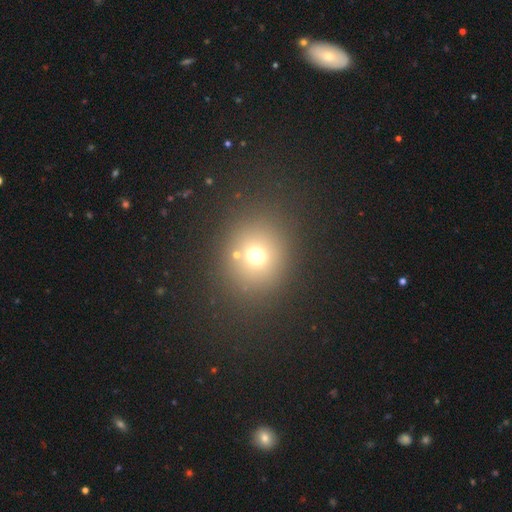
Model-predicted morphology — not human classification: This appears to be a smooth galaxy with no disk features (68%) that is round (83%). Merging: none (81%).